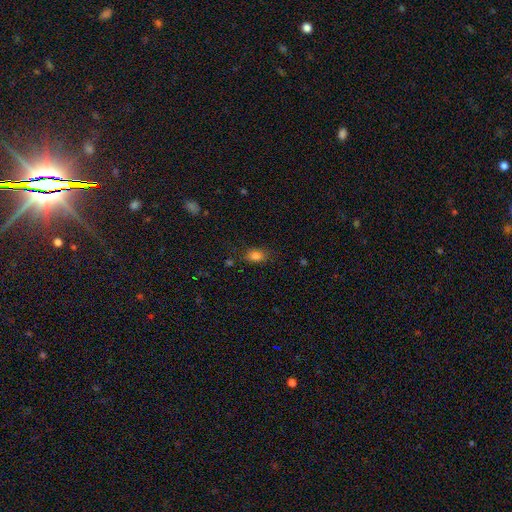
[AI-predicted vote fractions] A smooth galaxy with no disk features (80%) that is in between round and cigar-shaped (75%). Merging: none (75%).